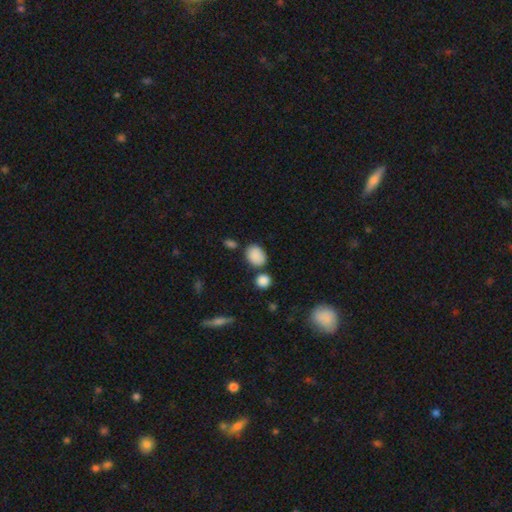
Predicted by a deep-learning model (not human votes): Smooth or featured? Predicted: smooth (p=0.87). How rounded? Predicted: in between (p=0.67). Merging? Predicted: none (p=0.69).